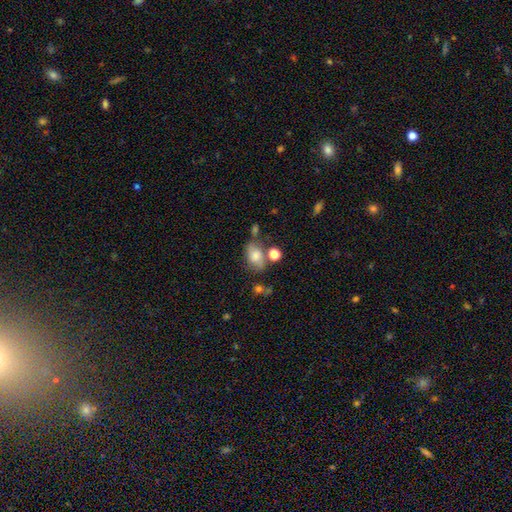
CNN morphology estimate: Q: Smooth or featured?
A: smooth (71%); runner-up: featured or disk (18%)
Q: How rounded?
A: in between (78%); runner-up: round (20%)
Q: Merging?
A: none (51%); runner-up: minor disturbance (23%)